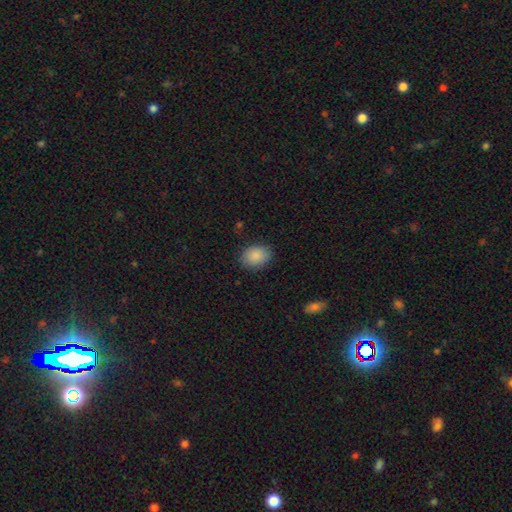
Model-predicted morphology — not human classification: Overall: smooth (88%). How rounded: in between (61%; round 38%). Merging: none (84%).